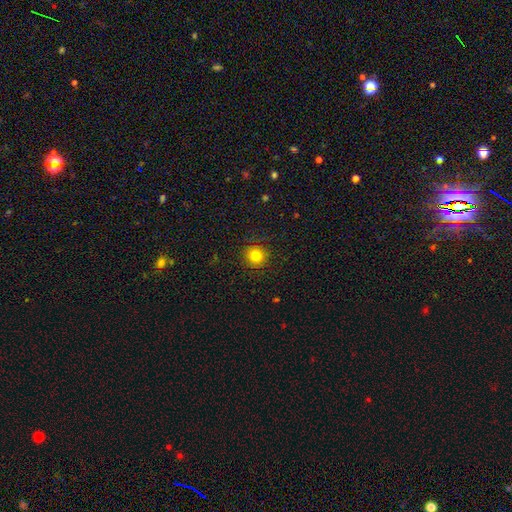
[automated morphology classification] Smooth or featured? smooth (81%)
How rounded? round (92%)
Merging? none (90%)